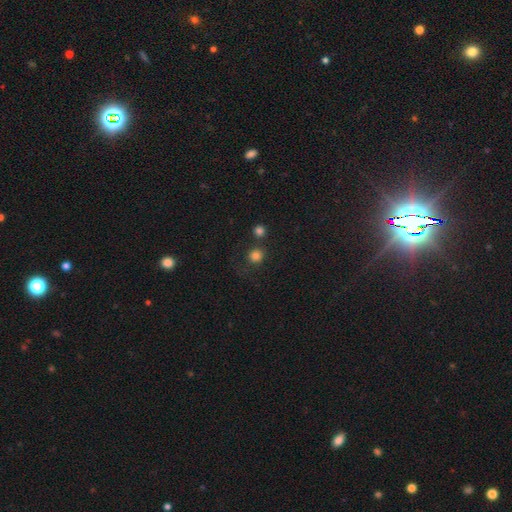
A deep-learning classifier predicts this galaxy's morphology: smooth_or_featured: smooth (p=0.80) [alt: star or artifact p=0.14]
how_rounded: round (p=0.91) [alt: in between p=0.08]
merging: none (p=0.70) [alt: merger p=0.16]